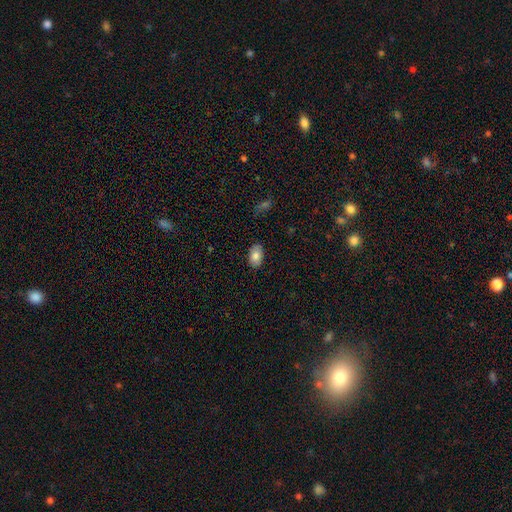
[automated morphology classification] Smooth or featured? Predicted: smooth (p=0.80). How rounded? Predicted: in between (p=0.91). Merging? Predicted: none (p=0.86).